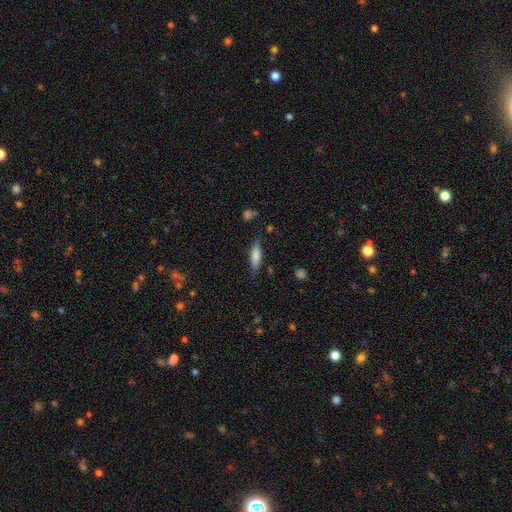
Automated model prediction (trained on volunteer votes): smooth-or-featured: smooth: 76% | featured or disk: 17% | star or artifact: 7%
  how-rounded: cigar-shaped: 50% | in between: 48% | round: 2%
  merging: none: 75% | minor disturbance: 19% | major disturbance: 4% | merger: 2%